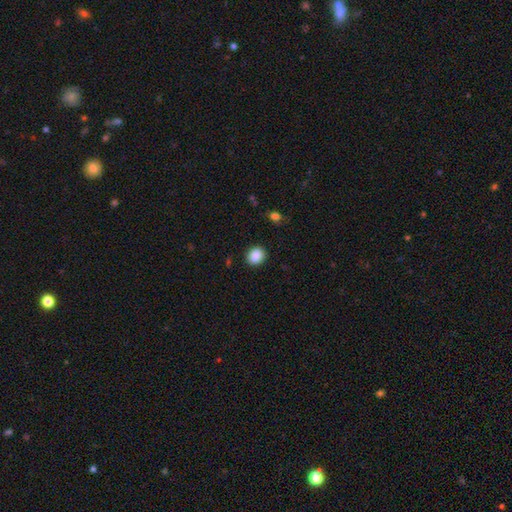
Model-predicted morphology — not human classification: smooth-or-featured: smooth: 88% | star or artifact: 9% | featured or disk: 3%
  how-rounded: round: 67% | in between: 32% | cigar-shaped: 1%
  merging: none: 89% | minor disturbance: 8% | major disturbance: 2% | merger: 1%